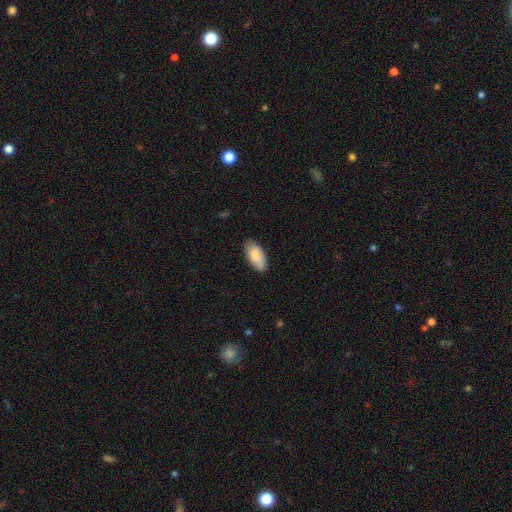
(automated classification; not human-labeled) The model was most divided on "merging": none: 83%, minor disturbance: 14%, major disturbance: 2%, merger: 1%. More confident: how rounded — in between (92%); smooth or featured — smooth (84%).